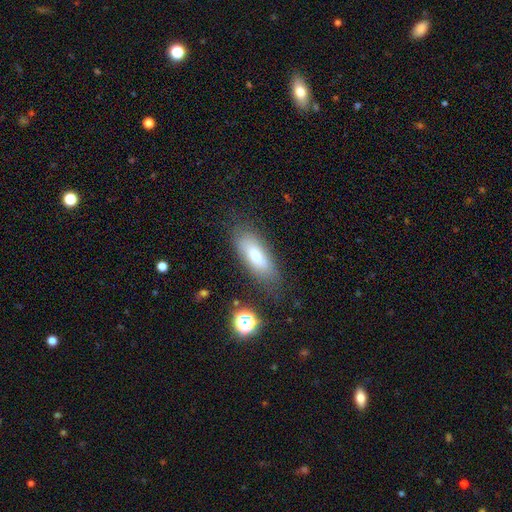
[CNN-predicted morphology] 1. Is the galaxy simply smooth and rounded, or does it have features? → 71% smooth, 20% featured or disk, 9% star or artifact.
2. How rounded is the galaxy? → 72% in between, 25% cigar-shaped, 3% round.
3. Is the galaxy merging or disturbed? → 76% none, 16% minor disturbance, 6% major disturbance, 3% merger.